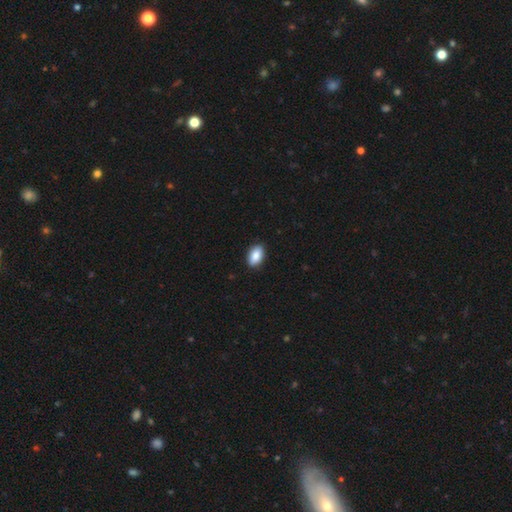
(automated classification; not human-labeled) Smooth or featured? Predicted: smooth (p=0.88). How rounded? Predicted: in between (p=0.93). Merging? Predicted: none (p=0.90).